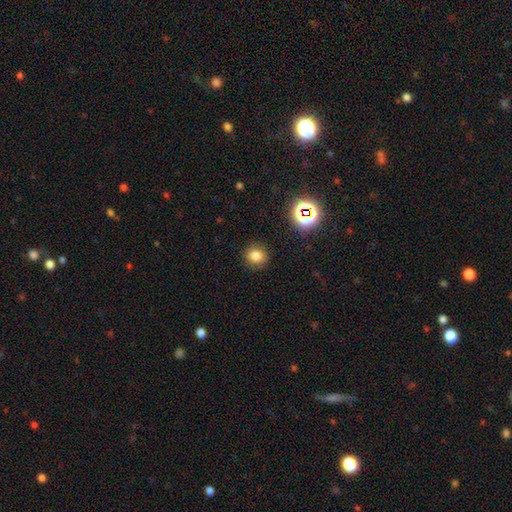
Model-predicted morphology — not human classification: type=smooth (78%); roundness=round (78%); merging=none (88%).